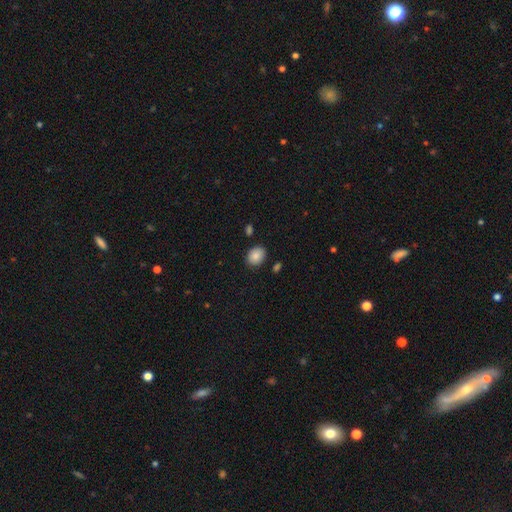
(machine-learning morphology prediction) smooth_or_featured: smooth (p=0.87) [alt: star or artifact p=0.08]
how_rounded: round (p=0.53) [alt: in between p=0.46]
merging: none (p=0.84) [alt: minor disturbance p=0.11]